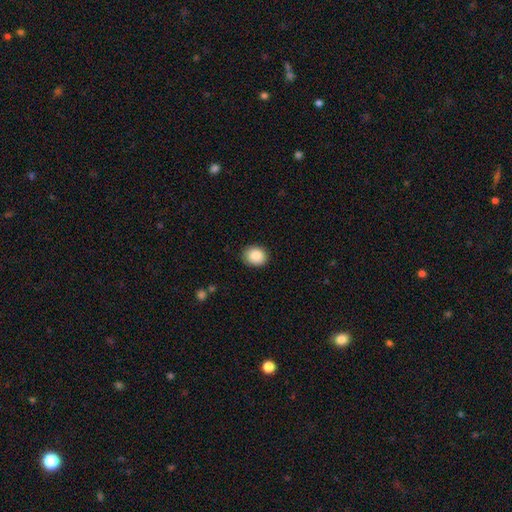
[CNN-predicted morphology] Overall: smooth (88%). How rounded: round (58%; in between 41%). Merging: none (87%).